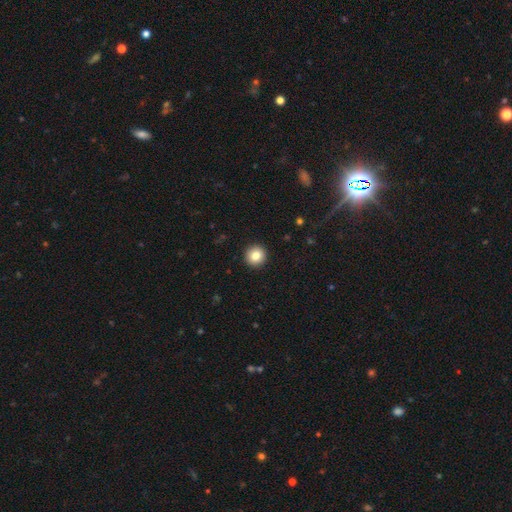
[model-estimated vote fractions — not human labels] This appears to be a smooth galaxy with no disk features (83%) that is round (95%). Merging: none (93%).